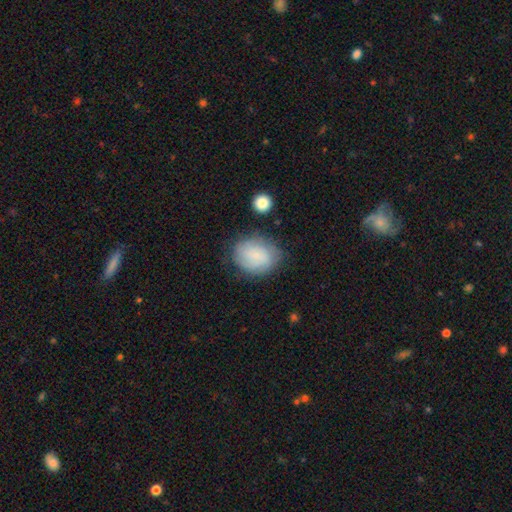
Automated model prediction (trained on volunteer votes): smooth 55%, featured or disk 36%, star or artifact 9%. Down the decision tree: how rounded — in between (50%); merging — none (72%).